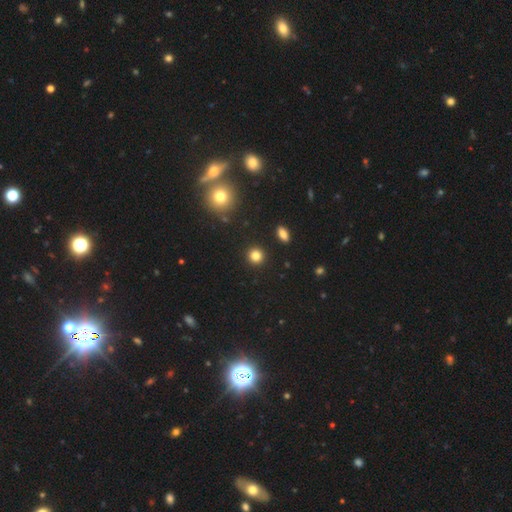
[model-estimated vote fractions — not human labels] The model was most divided on "smooth or featured": smooth: 82%, star or artifact: 13%, featured or disk: 5%. More confident: how rounded — round (92%); merging — none (92%).